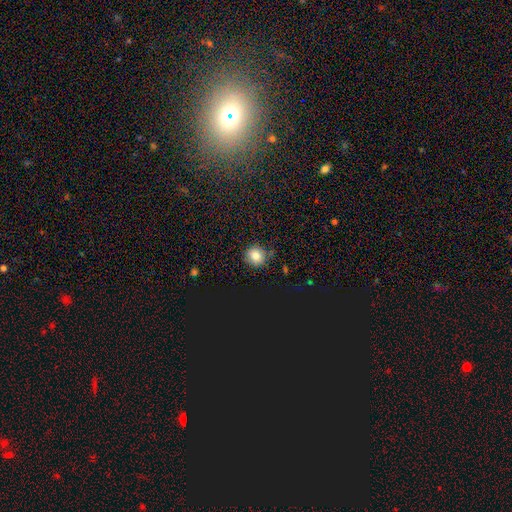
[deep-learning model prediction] Q: Smooth or featured?
A: smooth (77%); runner-up: star or artifact (16%)
Q: How rounded?
A: round (90%); runner-up: in between (9%)
Q: Merging?
A: none (82%); runner-up: minor disturbance (12%)